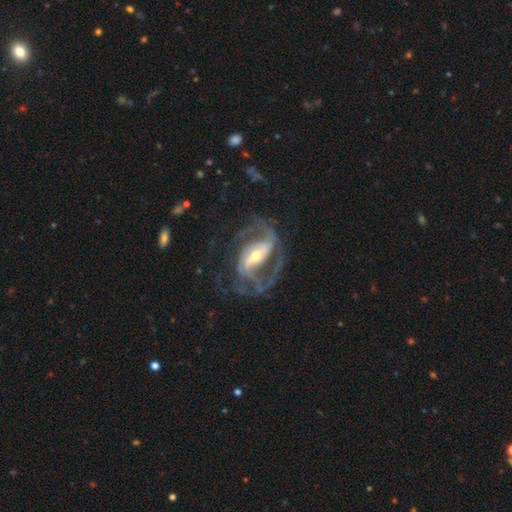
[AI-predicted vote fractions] smooth-or-featured: featured or disk: 90% | star or artifact: 5% | smooth: 5%
  disk-edge-on: no: 97% | yes: 3%
    bar: strong: 54% | weak: 32% | no: 15%
    has-spiral-arms: yes: 96% | no: 4%
      spiral-winding: medium: 53% | loose: 28% | tight: 19%
      spiral-arm-count: 2: 61% | 3: 18% | can't tell: 9% | 4: 5% | 1: 4% | more than 4: 4%
    bulge-size: moderate: 51% | small: 40% | large: 6% | none: 1% | dominant: 1%
  merging: none: 60% | major disturbance: 22% | minor disturbance: 16% | merger: 2%